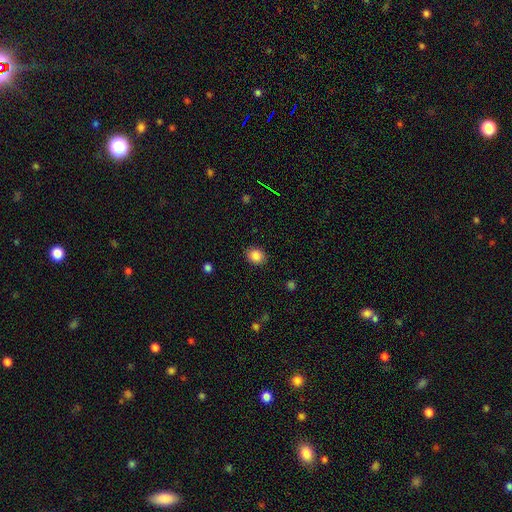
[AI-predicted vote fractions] Smooth or featured? Predicted: smooth (p=0.86). How rounded? Predicted: round (p=0.66). Merging? Predicted: none (p=0.88).